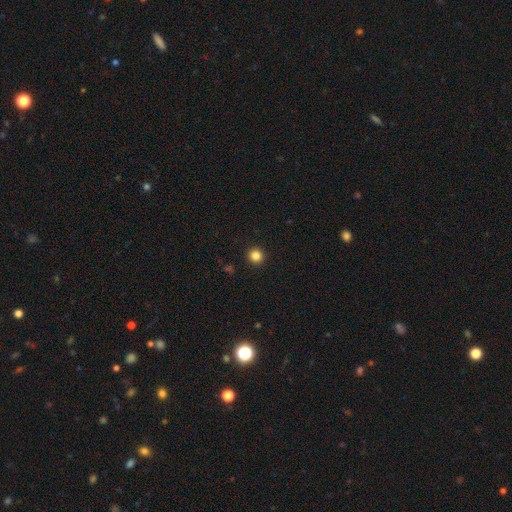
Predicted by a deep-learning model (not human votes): Smooth or featured? smooth (84%)
How rounded? round (95%)
Merging? none (93%)